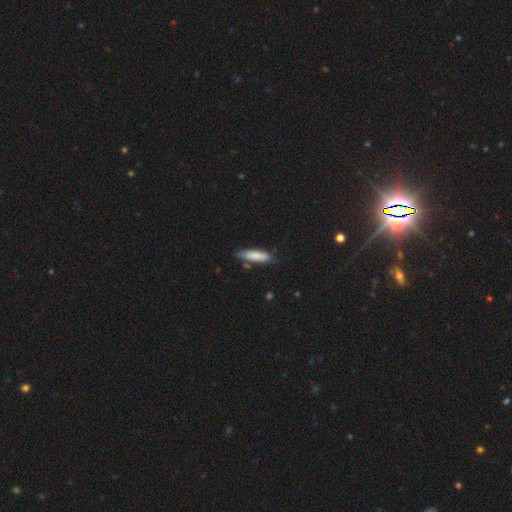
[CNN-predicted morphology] This appears to be a smooth galaxy with no disk features (80%) that is cigar-shaped (63%). Merging: none (71%).